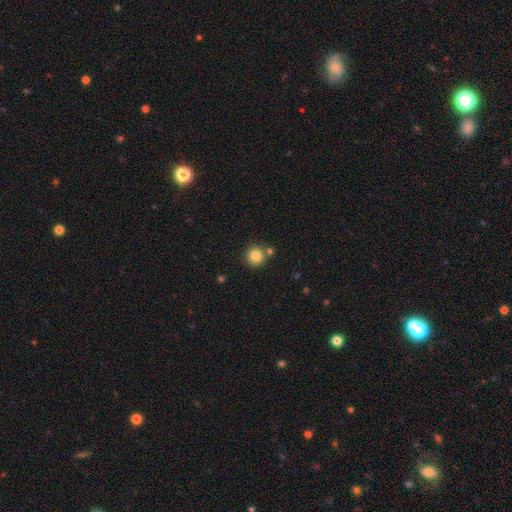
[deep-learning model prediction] A smooth galaxy with no disk features (83%) that is round (94%).

Vote fractions:
- Smooth or featured? smooth: 83% / star or artifact: 11% / featured or disk: 6%
- How rounded? round: 94% / in between: 5% / cigar-shaped: 1%
- Merging? none: 77% / merger: 13% / minor disturbance: 8% / major disturbance: 2%